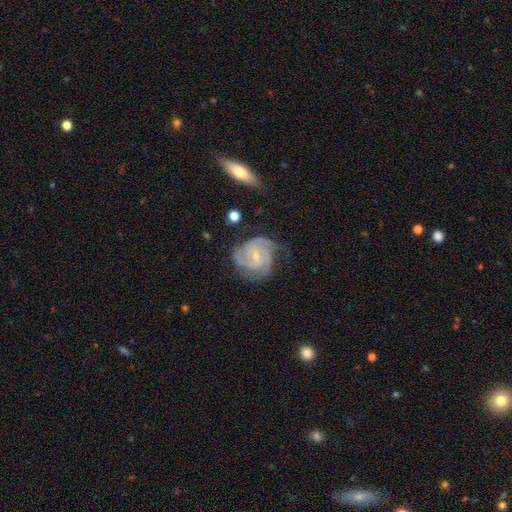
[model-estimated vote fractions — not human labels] Smooth or featured: featured or disk — 88% (smooth — 7%)
Edge-on disk: no — 98% (yes — 2%)
Bar: weak — 45% (no — 43%)
Spiral arms: yes — 97% (no — 3%)
Spiral winding: tight — 62% (medium — 32%)
Spiral arm count: 3 — 43% (2 — 22%)
Bulge size: small — 68% (moderate — 28%)
Merging: none — 63% (minor disturbance — 24%)